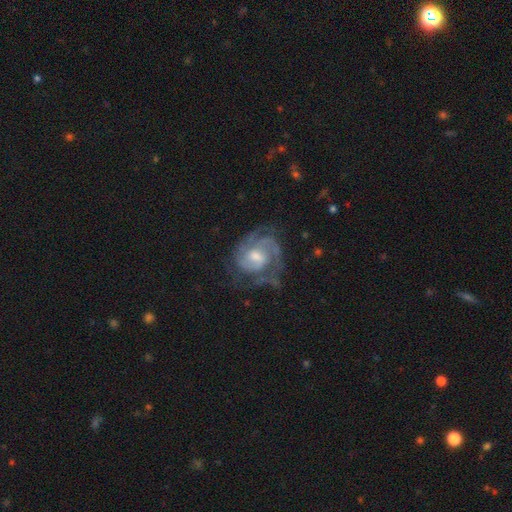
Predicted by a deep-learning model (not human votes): featured or disk 86%, smooth 8%, star or artifact 7%. Down the decision tree: edge-on disk — no (98%); bar — weak (45%); spiral arms — yes (96%); spiral arm count — 2 (39%); spiral winding — tight (56%); bulge size — moderate (56%); merging — none (65%).